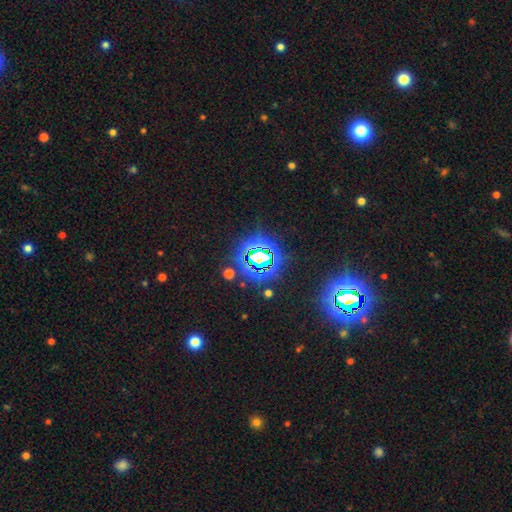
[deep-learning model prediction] smooth_or_featured: star or artifact (p=0.75) [alt: smooth p=0.14]